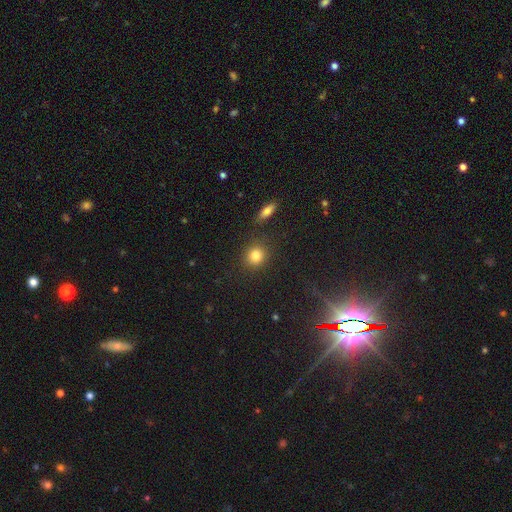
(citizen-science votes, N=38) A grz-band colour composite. It shows a smooth galaxy with no disk features (89%) that is round (76%). Merging: none (78%).